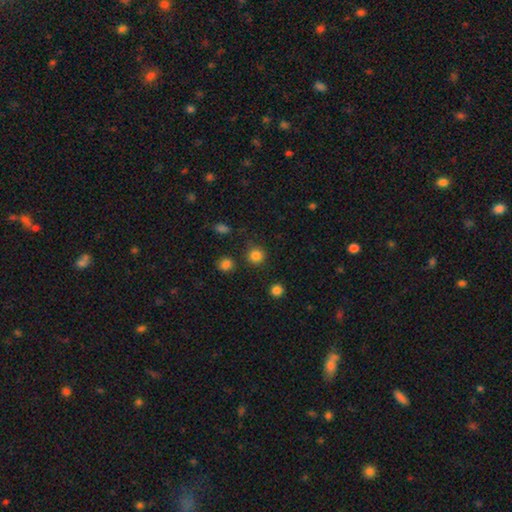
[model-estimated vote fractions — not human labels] This is clearly a smooth galaxy (82%). How rounded: clearly round (93%). Merging: clearly none (85%).